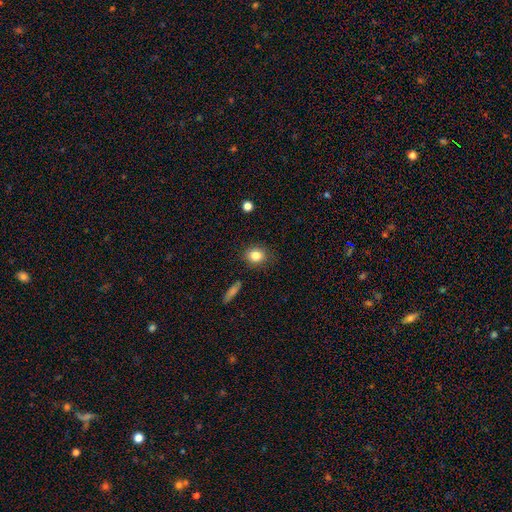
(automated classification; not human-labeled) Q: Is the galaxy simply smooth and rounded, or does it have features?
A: smooth — 83%.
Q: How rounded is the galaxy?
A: round — 66%.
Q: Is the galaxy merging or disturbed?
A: none — 84%.